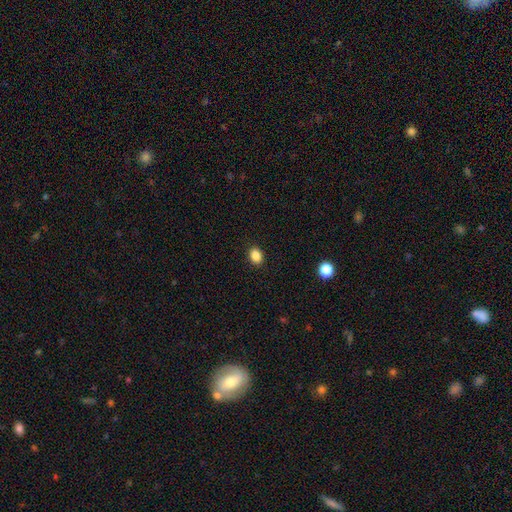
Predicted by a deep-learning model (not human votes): Smooth or featured? smooth (86%)
How rounded? in between (65%)
Merging? none (90%)